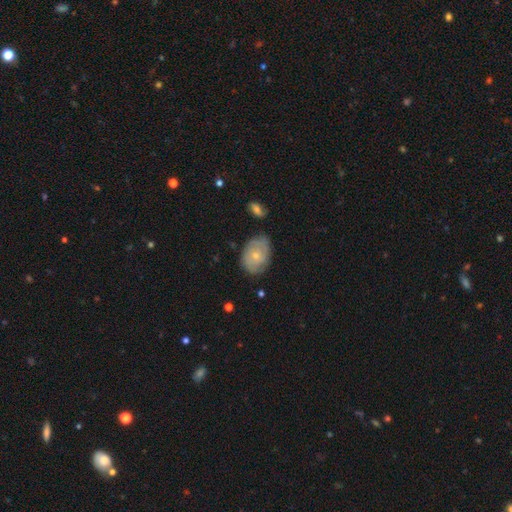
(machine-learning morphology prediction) smooth-or-featured: featured or disk: 47% | smooth: 46% | star or artifact: 7%
  merging: none: 68% | minor disturbance: 24% | major disturbance: 6% | merger: 3%